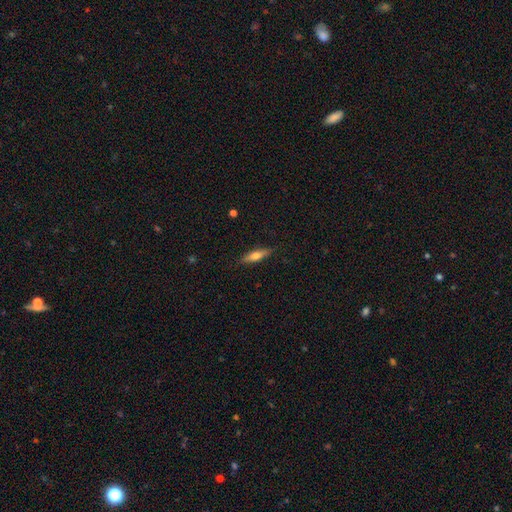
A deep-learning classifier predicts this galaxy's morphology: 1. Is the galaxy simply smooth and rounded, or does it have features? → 57% smooth, 37% featured or disk, 6% star or artifact.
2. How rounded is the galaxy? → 71% cigar-shaped, 27% in between, 2% round.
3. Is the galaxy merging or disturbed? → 87% none, 10% minor disturbance, 2% major disturbance, 1% merger.